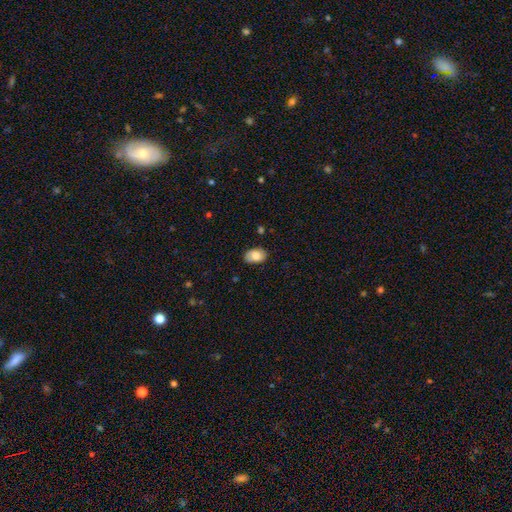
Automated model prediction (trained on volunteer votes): Morphology: type=smooth (76%); roundness=in between (87%); merging=none (78%).